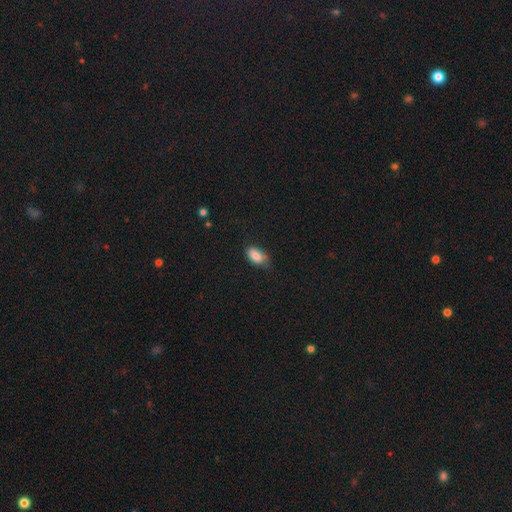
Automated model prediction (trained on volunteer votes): smooth-or-featured: smooth: 85% | featured or disk: 8% | star or artifact: 8%
  how-rounded: in between: 92% | round: 5% | cigar-shaped: 3%
  merging: none: 55% | minor disturbance: 35% | major disturbance: 8% | merger: 2%